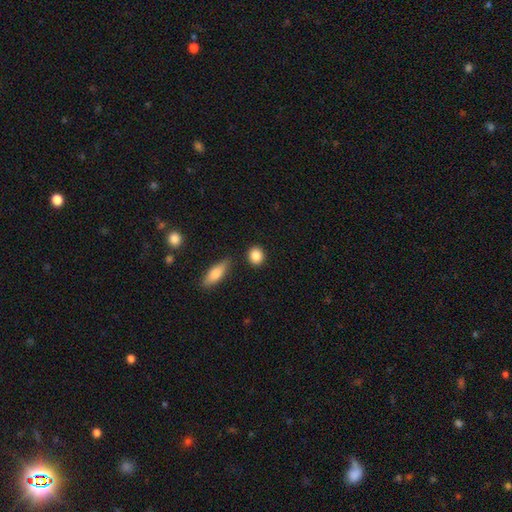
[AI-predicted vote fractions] smooth-or-featured: smooth: 87% | star or artifact: 8% | featured or disk: 6%
  how-rounded: round: 72% | in between: 25% | cigar-shaped: 2%
  merging: none: 86% | minor disturbance: 8% | merger: 4% | major disturbance: 2%